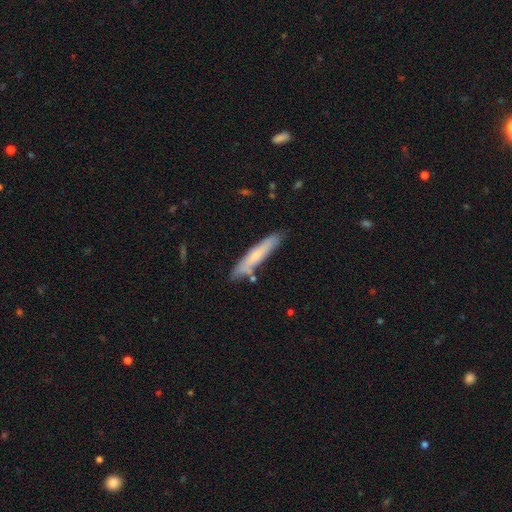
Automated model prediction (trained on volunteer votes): Smooth or featured: smooth — 61% (featured or disk — 33%)
How rounded: cigar-shaped — 91% (in between — 8%)
Merging: none — 81% (minor disturbance — 13%)